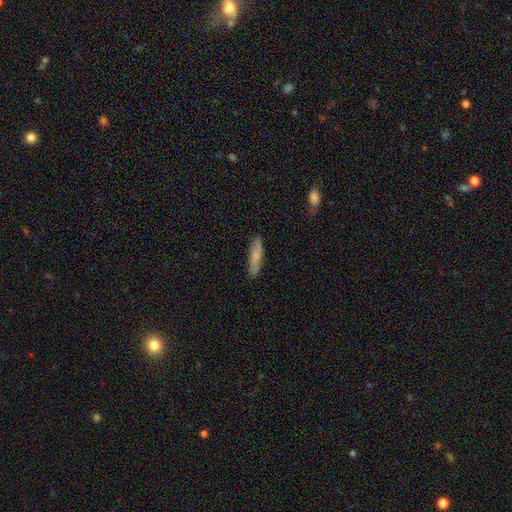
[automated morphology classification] Q: Smooth or featured?
A: smooth (77%); runner-up: featured or disk (17%)
Q: How rounded?
A: cigar-shaped (74%); runner-up: in between (24%)
Q: Merging?
A: none (84%); runner-up: minor disturbance (12%)